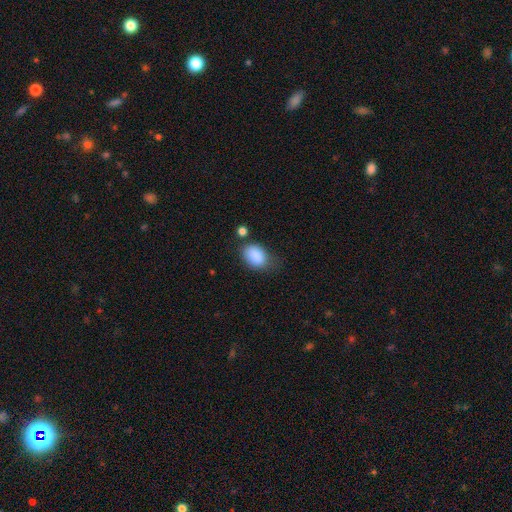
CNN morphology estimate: This is clearly a smooth galaxy (87%). How rounded: likely in between (78%). Merging: possibly none (56%).